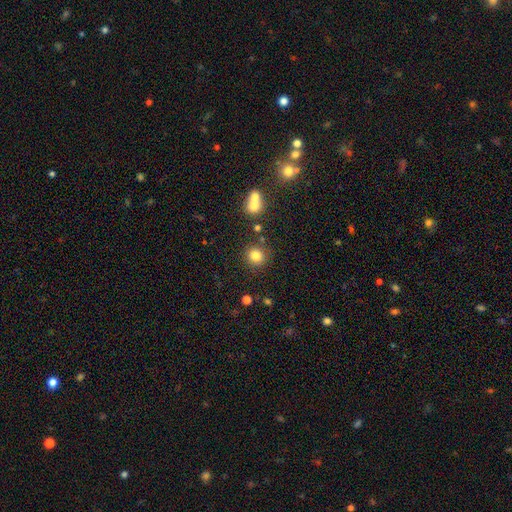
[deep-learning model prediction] Smooth or featured? smooth (82%)
How rounded? round (90%)
Merging? none (83%)